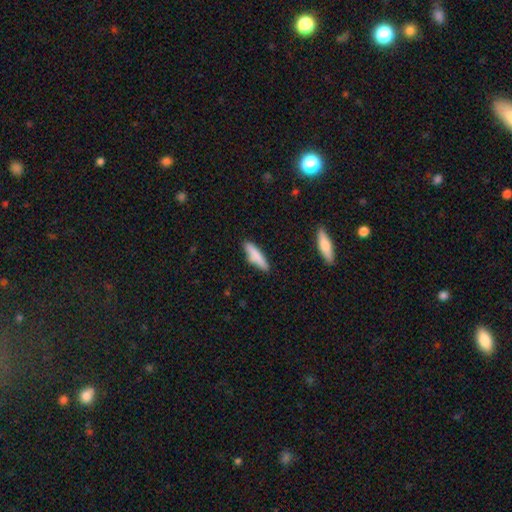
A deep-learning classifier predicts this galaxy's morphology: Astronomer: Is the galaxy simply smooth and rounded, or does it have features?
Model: smooth — 80%.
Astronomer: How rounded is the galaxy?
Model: cigar-shaped — 73%.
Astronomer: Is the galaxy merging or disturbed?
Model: none — 78%.